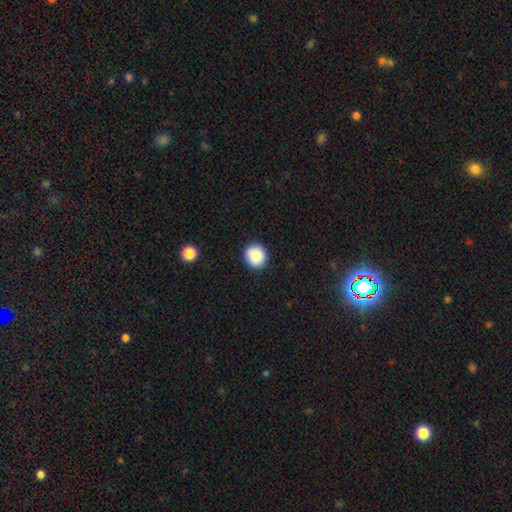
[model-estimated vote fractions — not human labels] Smooth or featured? smooth (88%)
How rounded? round (82%)
Merging? none (91%)